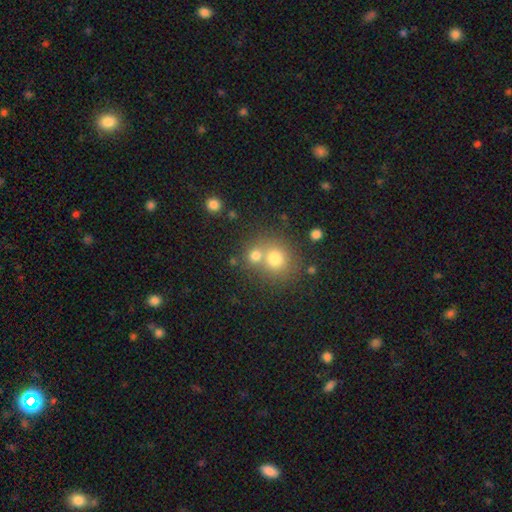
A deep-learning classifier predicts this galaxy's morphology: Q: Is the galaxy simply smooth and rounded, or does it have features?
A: smooth — 74%.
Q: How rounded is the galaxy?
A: round — 84%.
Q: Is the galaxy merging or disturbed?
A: none — 48%.